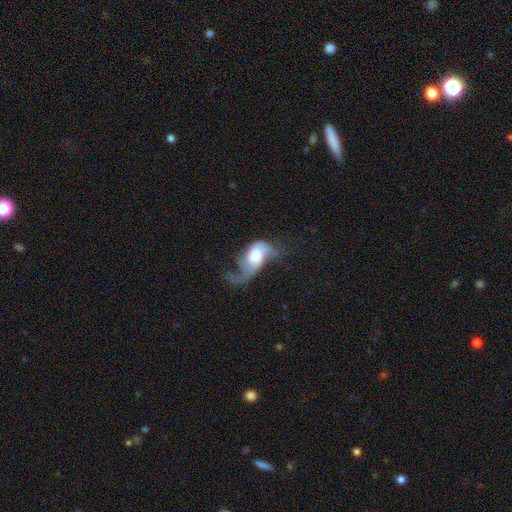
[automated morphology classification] featured or disk 55%, smooth 38%, star or artifact 7%. Down the decision tree: edge-on disk — no (95%); bar — no (70%); spiral arms — yes (76%); bulge size — large (46%); merging — major disturbance (58%).